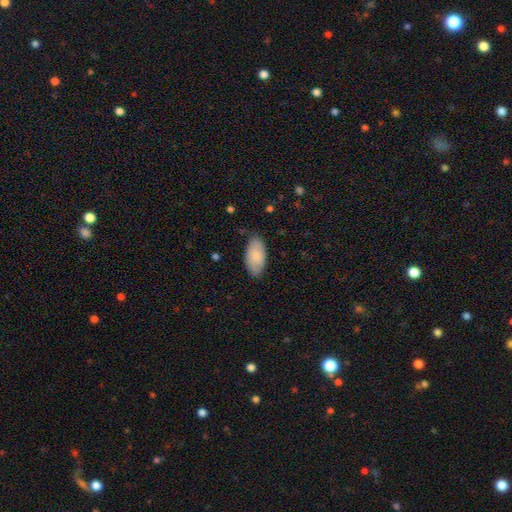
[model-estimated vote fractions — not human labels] This is clearly a smooth galaxy (83%). How rounded: clearly in between (95%). Merging: likely none (79%).